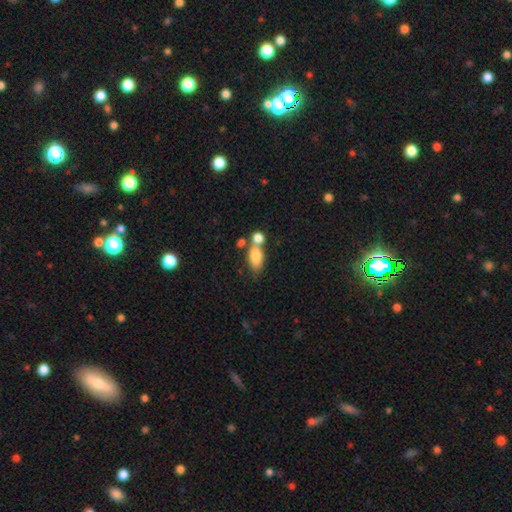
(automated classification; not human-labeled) Smooth or featured: smooth — 81% (featured or disk — 11%)
How rounded: in between — 85% (round — 9%)
Merging: merger — 43% (none — 39%)